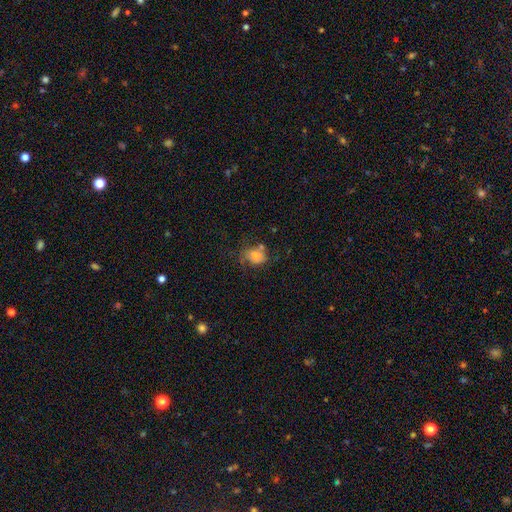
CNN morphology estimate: Q: Smooth or featured?
A: smooth (64%); runner-up: featured or disk (25%)
Q: How rounded?
A: in between (52%); runner-up: round (47%)
Q: Merging?
A: none (52%); runner-up: minor disturbance (26%)